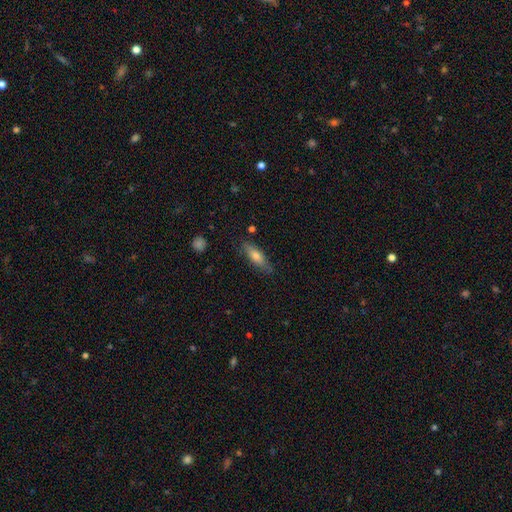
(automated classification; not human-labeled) Overall: smooth (64%; featured or disk 29%). How rounded: cigar-shaped (54%; in between 43%). Merging: none (81%).